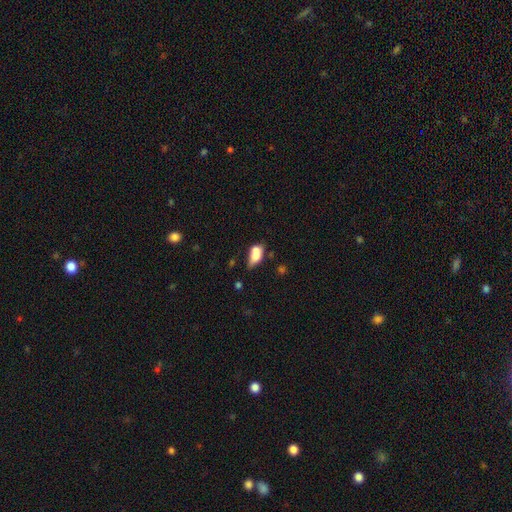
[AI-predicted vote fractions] Smooth or featured?
  - smooth: 74% *
  - featured or disk: 16%
  - star or artifact: 10%
How rounded?
  - in between: 85% *
  - round: 9%
  - cigar-shaped: 6%
Merging?
  - merger: 30% *
  - none: 29%
  - minor disturbance: 27%
  - major disturbance: 14%